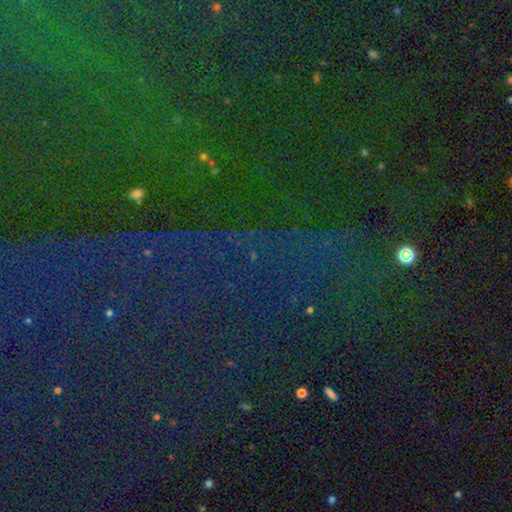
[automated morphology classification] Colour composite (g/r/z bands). It shows a star or artifact, not a galaxy (86%).